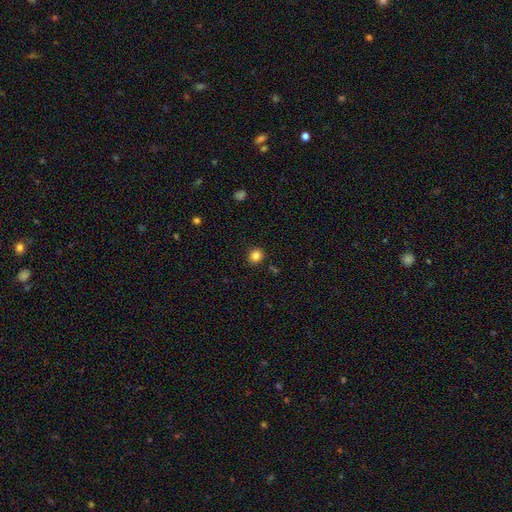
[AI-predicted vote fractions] smooth_or_featured: smooth (p=0.84) [alt: star or artifact p=0.11]
how_rounded: round (p=0.79) [alt: in between p=0.20]
merging: none (p=0.88) [alt: minor disturbance p=0.08]